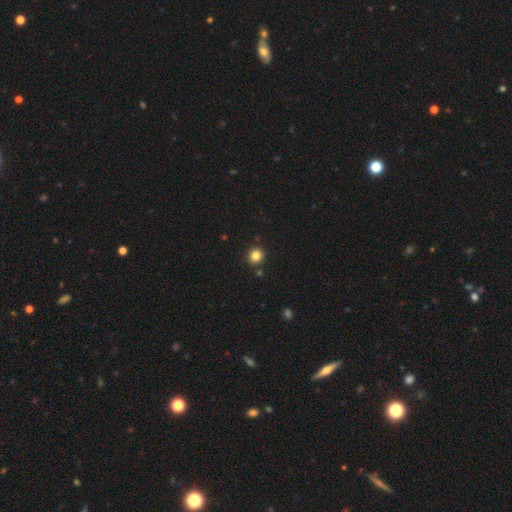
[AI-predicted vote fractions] Smooth or featured: smooth — 83% (star or artifact — 12%)
How rounded: round — 90% (in between — 9%)
Merging: none — 89% (minor disturbance — 6%)